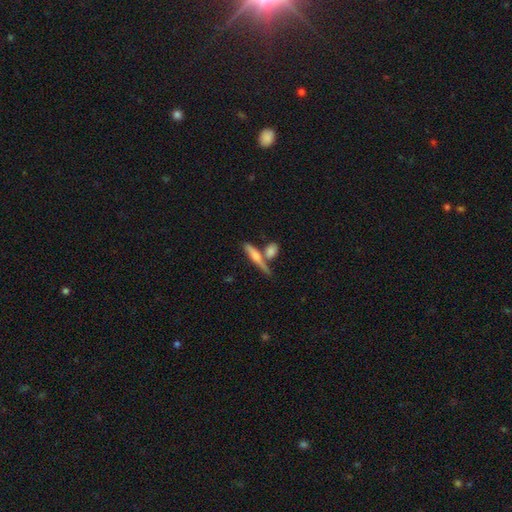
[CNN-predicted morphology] Overall: smooth (56%; featured or disk 37%). How rounded: cigar-shaped (71%). Merging: none (52%; merger 30%).